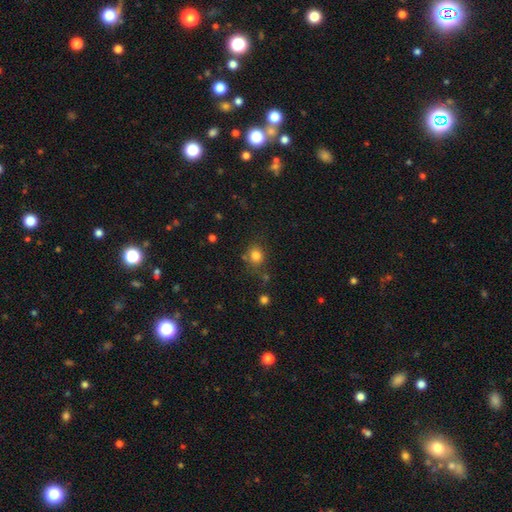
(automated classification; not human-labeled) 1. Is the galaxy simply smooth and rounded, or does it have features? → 81% smooth, 12% star or artifact, 6% featured or disk.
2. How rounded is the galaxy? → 77% round, 22% in between, 1% cigar-shaped.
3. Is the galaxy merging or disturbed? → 73% none, 15% minor disturbance, 7% merger, 5% major disturbance.